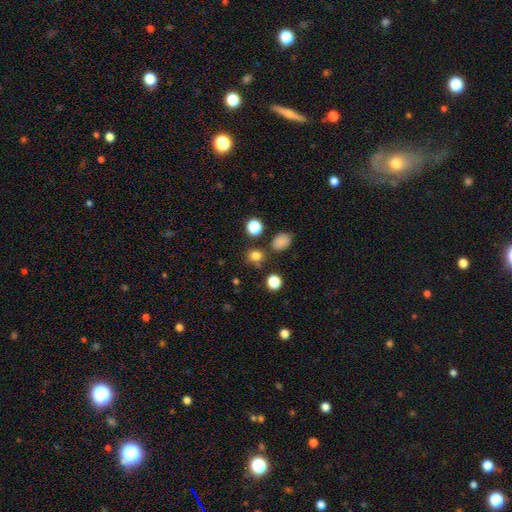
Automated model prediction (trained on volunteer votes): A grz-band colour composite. It shows a smooth galaxy with no disk features (78%) that is round (77%). Merging: none (76%).